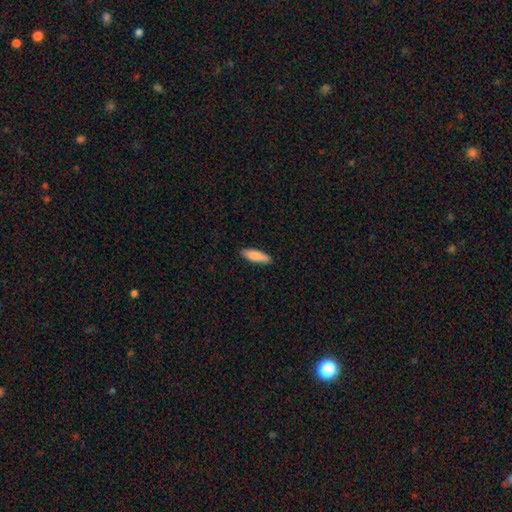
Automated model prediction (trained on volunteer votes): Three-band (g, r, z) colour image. It shows a smooth galaxy with no disk features (87%) that is cigar-shaped (52%). Merging: none (88%).